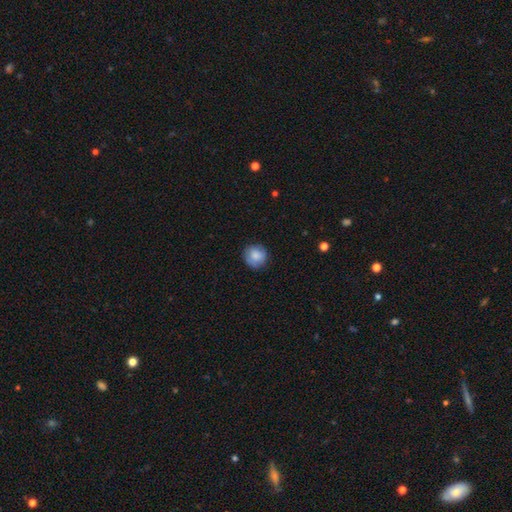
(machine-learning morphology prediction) Smooth or featured?
  - smooth: 82% *
  - featured or disk: 11%
  - star or artifact: 8%
How rounded?
  - round: 92% *
  - in between: 7%
  - cigar-shaped: 1%
Merging?
  - none: 83% *
  - minor disturbance: 13%
  - major disturbance: 3%
  - merger: 1%